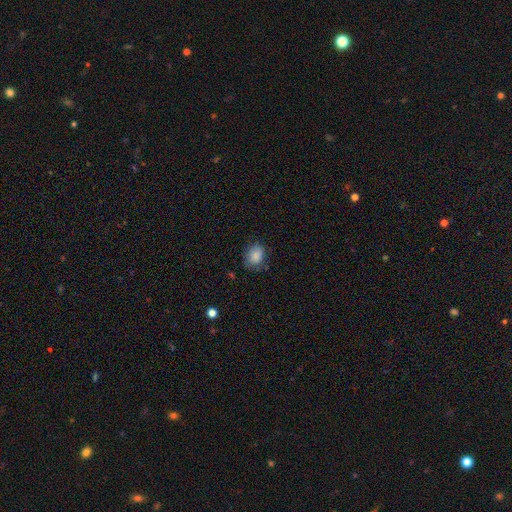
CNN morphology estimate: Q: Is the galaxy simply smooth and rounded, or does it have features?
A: smooth — 85%.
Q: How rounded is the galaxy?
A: in between — 62%.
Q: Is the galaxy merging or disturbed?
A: none — 69%.